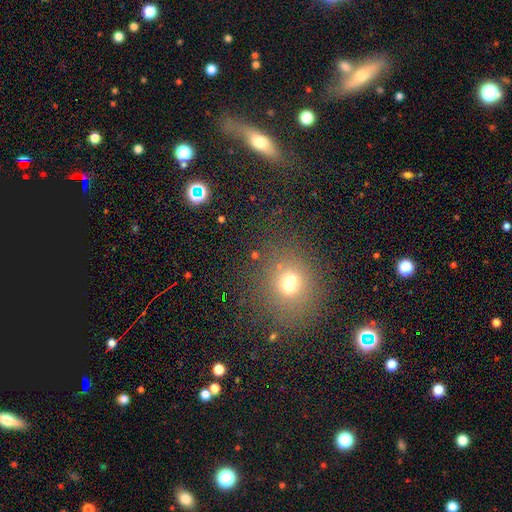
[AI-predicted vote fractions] smooth-or-featured: smooth: 55% | star or artifact: 31% | featured or disk: 15%
  how-rounded: round: 69% | in between: 28% | cigar-shaped: 2%
  merging: none: 63% | merger: 20% | minor disturbance: 11% | major disturbance: 6%